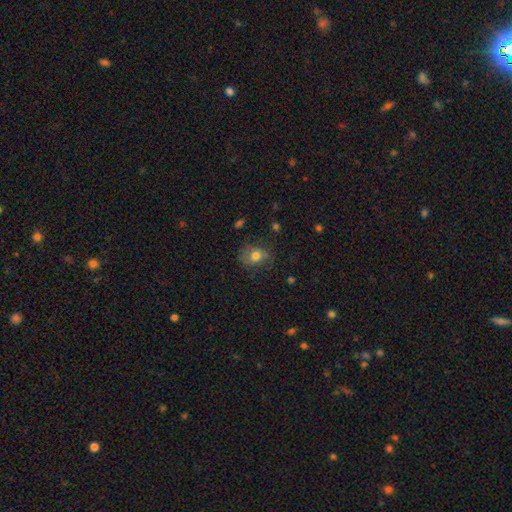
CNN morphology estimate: Smooth or featured? Predicted: smooth (p=0.69). How rounded? Predicted: in between (p=0.57). Merging? Predicted: none (p=0.64).